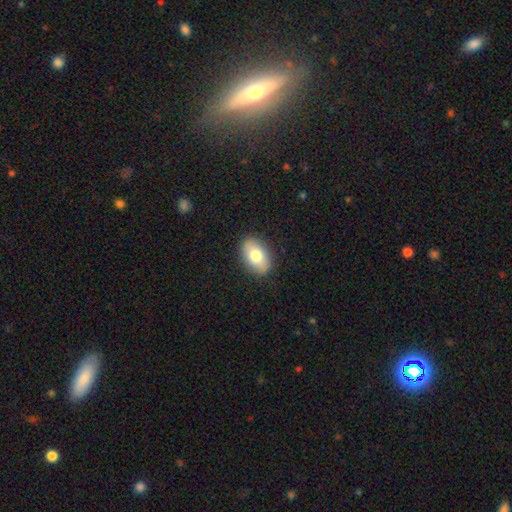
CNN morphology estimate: smooth_or_featured: smooth (p=0.76) [alt: featured or disk p=0.17]
how_rounded: in between (p=0.89) [alt: round p=0.09]
merging: none (p=0.88) [alt: minor disturbance p=0.09]